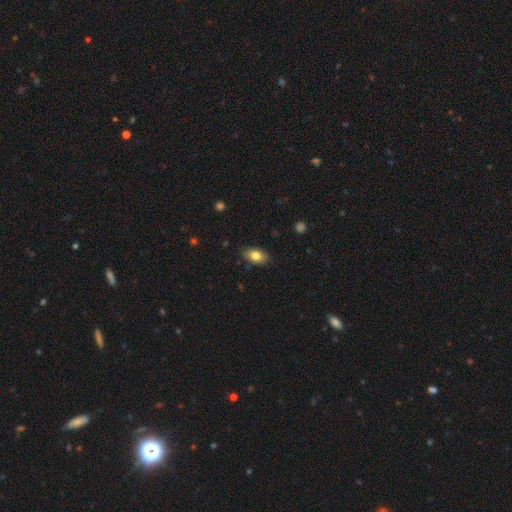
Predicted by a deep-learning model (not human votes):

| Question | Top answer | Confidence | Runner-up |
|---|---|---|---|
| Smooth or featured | smooth | 80% | featured or disk (12%) |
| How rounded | in between | 89% | round (9%) |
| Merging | none | 85% | minor disturbance (11%) |